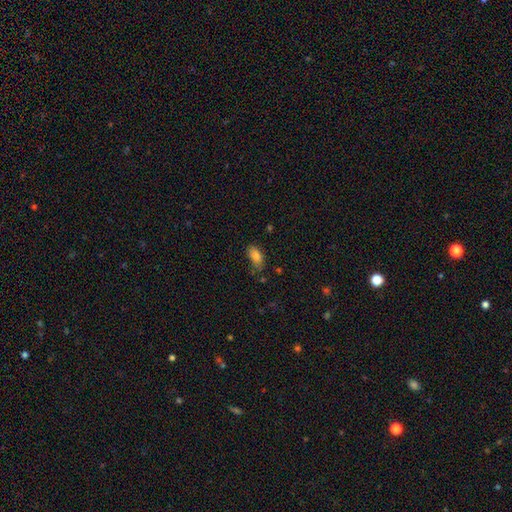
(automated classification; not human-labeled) Q: Smooth or featured?
A: smooth (84%); runner-up: star or artifact (9%)
Q: How rounded?
A: in between (91%); runner-up: cigar-shaped (5%)
Q: Merging?
A: none (68%); runner-up: minor disturbance (24%)